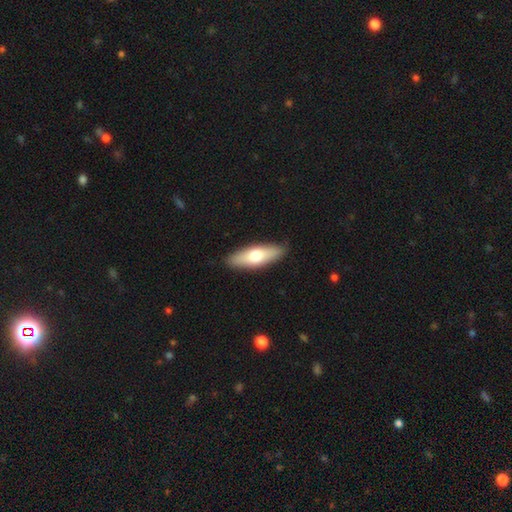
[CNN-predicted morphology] Smooth or featured? Predicted: smooth (p=0.66). How rounded? Predicted: in between (p=0.54). Merging? Predicted: none (p=0.89).